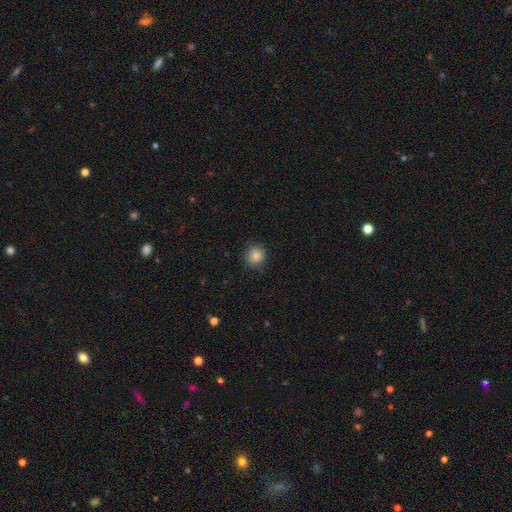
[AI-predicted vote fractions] Morphology: type=smooth (84%); roundness=round (93%); merging=none (87%).